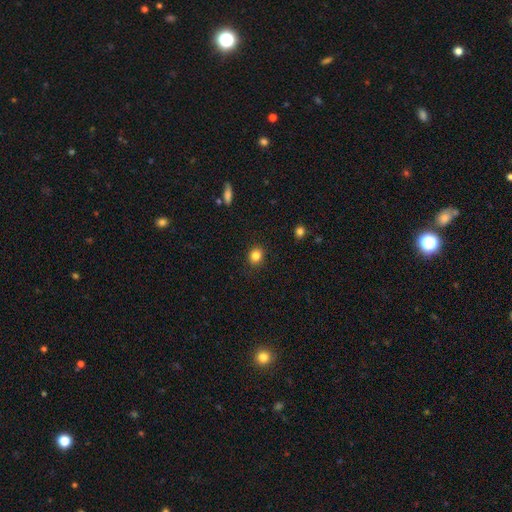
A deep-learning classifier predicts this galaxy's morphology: Smooth or featured: smooth — 84% (star or artifact — 11%)
How rounded: round — 76% (in between — 23%)
Merging: none — 89% (minor disturbance — 8%)